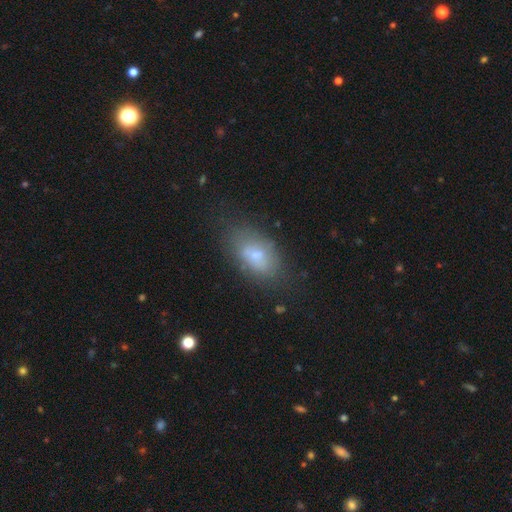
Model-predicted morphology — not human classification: Smooth or featured: smooth — 66% (featured or disk — 23%)
How rounded: in between — 89% (round — 7%)
Merging: none — 65% (minor disturbance — 22%)